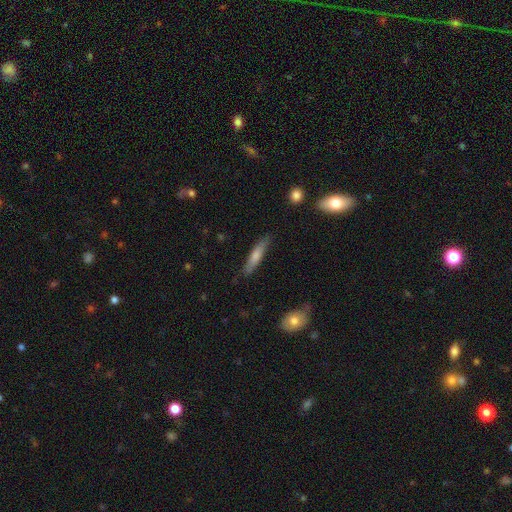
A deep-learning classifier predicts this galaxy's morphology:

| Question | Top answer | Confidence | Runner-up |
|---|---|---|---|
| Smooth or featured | smooth | 68% | featured or disk (26%) |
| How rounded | cigar-shaped | 86% | in between (12%) |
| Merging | none | 82% | minor disturbance (13%) |